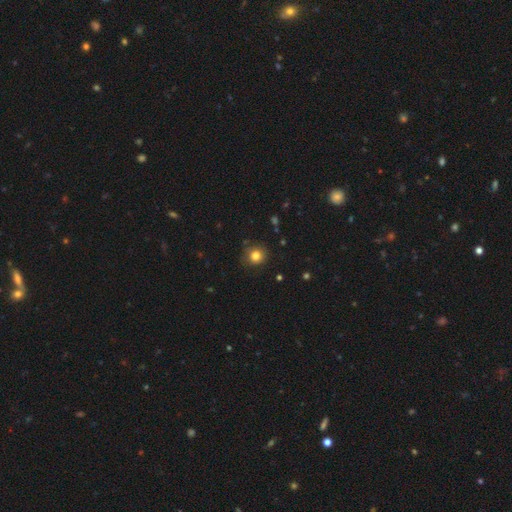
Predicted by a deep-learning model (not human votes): Smooth or featured? smooth (82%)
How rounded? round (92%)
Merging? none (84%)